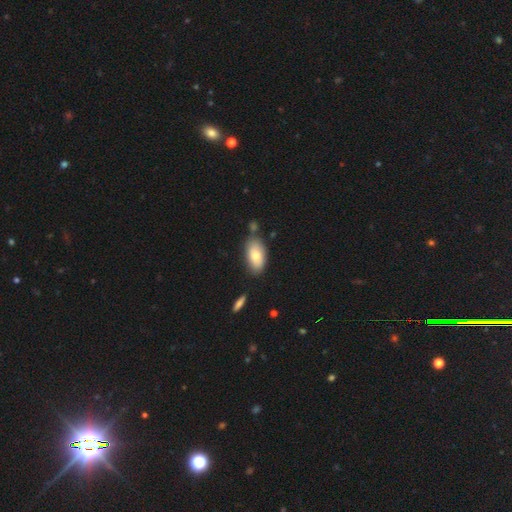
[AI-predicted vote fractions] This is likely a smooth galaxy (77%). How rounded: clearly in between (93%). Merging: likely none (69%).